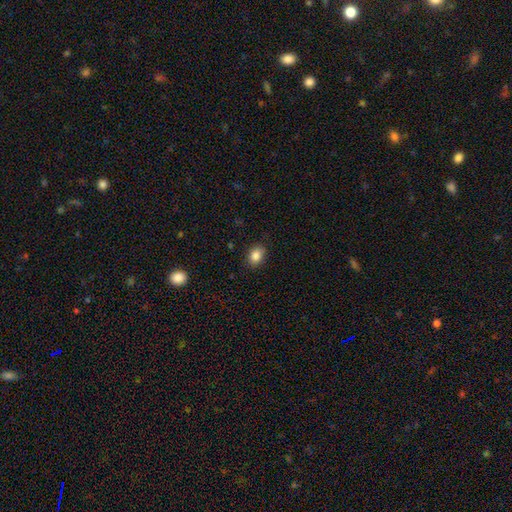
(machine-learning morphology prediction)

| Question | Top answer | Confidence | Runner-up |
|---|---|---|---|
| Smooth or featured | smooth | 86% | star or artifact (9%) |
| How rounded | in between | 69% | round (30%) |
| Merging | none | 86% | minor disturbance (11%) |